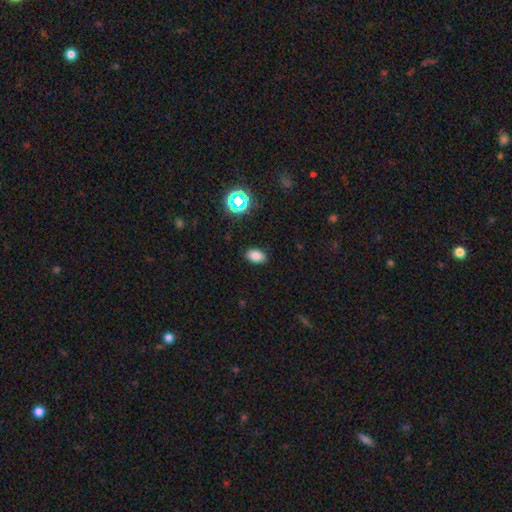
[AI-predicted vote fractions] A smooth galaxy with no disk features (79%) that is in between round and cigar-shaped (89%). Merging: none (87%).